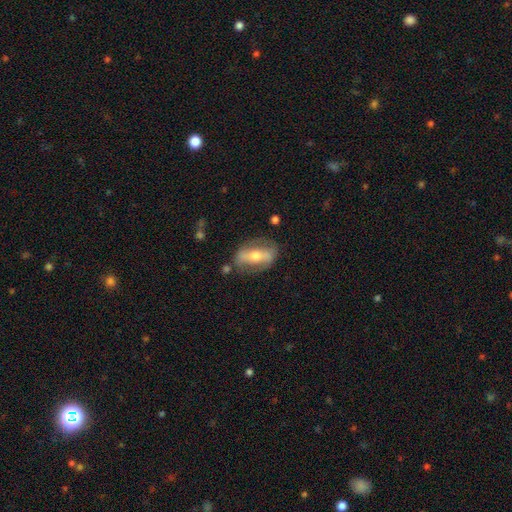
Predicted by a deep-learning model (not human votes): A featured or disk galaxy (60%). Merging: none (73%).